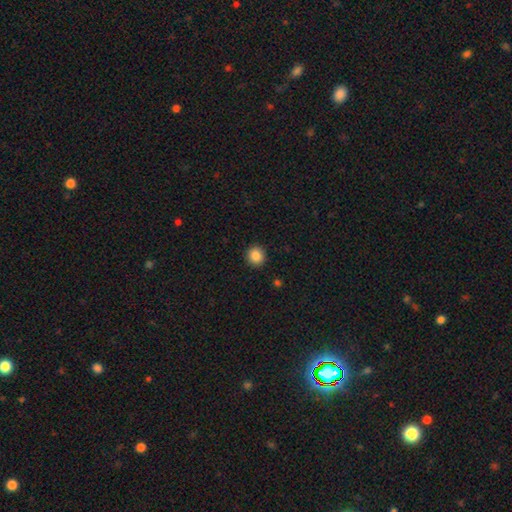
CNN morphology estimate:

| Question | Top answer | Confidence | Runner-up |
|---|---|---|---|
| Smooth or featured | smooth | 86% | star or artifact (10%) |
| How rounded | round | 91% | in between (8%) |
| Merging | none | 92% | minor disturbance (5%) |